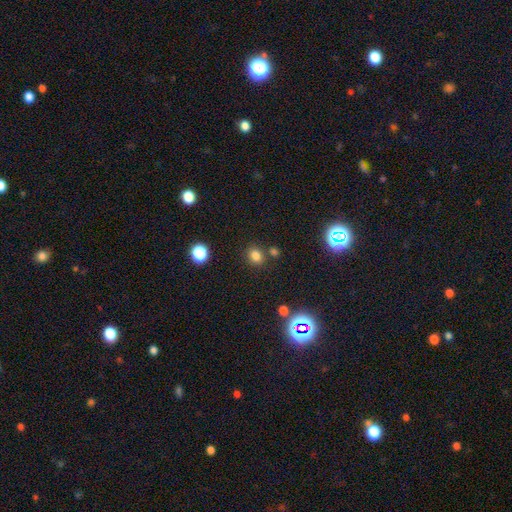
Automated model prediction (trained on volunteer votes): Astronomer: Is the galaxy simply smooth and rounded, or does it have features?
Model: smooth — 77%.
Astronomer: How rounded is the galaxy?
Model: round — 62% (runner-up: in between, 37%).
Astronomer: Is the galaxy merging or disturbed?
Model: none — 75%.